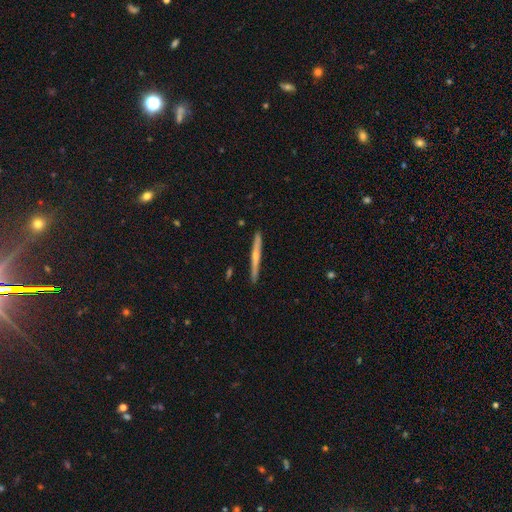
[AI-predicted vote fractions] This is possibly a featured or disk galaxy (57%). It is clearly viewed edge-on (98%). Edge-on bulge: possibly rounded (58%). Merging: clearly none (90%).